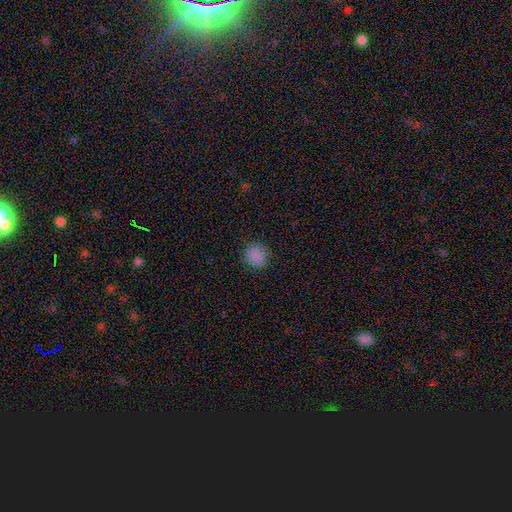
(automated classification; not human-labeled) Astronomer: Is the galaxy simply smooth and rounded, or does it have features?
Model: smooth — 85%.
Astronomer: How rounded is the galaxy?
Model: round — 82%.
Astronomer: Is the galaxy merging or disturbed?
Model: none — 88%.